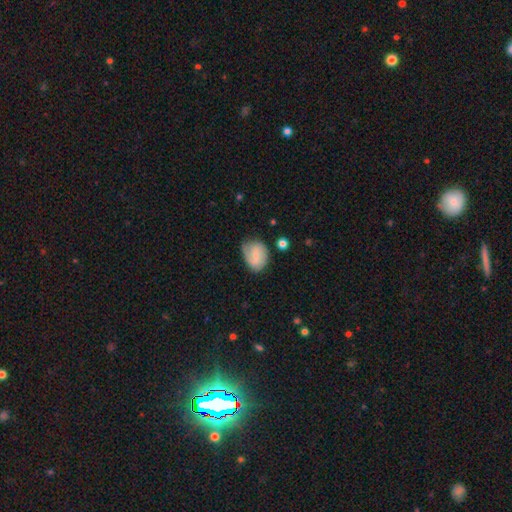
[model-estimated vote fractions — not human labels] The model was most divided on "smooth or featured": smooth: 47%, featured or disk: 46%, star or artifact: 7%. More confident: merging — none (60%).